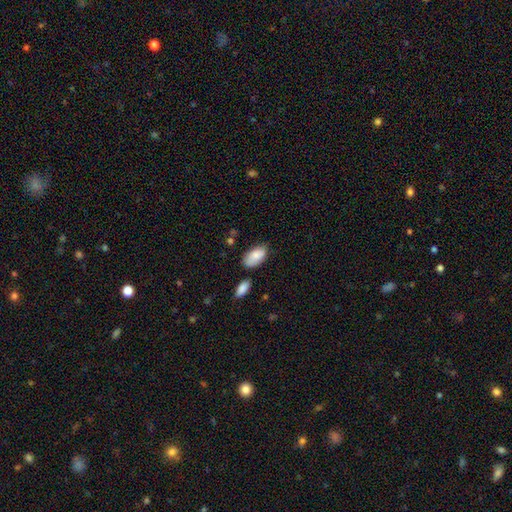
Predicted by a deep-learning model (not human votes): Smooth or featured?
  - smooth: 85% *
  - featured or disk: 8%
  - star or artifact: 6%
How rounded?
  - in between: 94% *
  - cigar-shaped: 3%
  - round: 3%
Merging?
  - none: 67% *
  - minor disturbance: 22%
  - merger: 7%
  - major disturbance: 4%